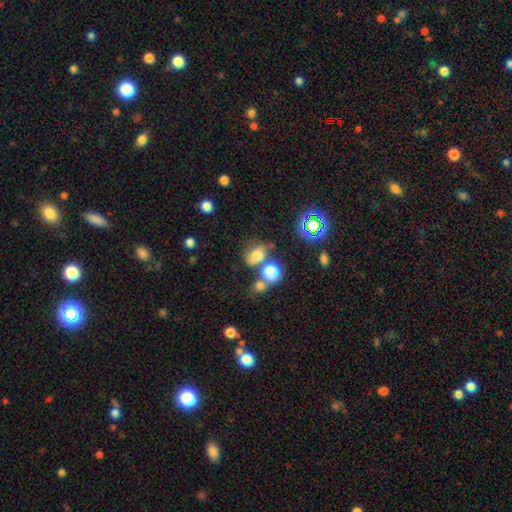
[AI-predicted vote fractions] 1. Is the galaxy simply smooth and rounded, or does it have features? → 65% smooth, 21% star or artifact, 14% featured or disk.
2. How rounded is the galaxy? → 59% in between, 39% round, 2% cigar-shaped.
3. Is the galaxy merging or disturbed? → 40% none, 32% merger, 17% minor disturbance, 11% major disturbance.